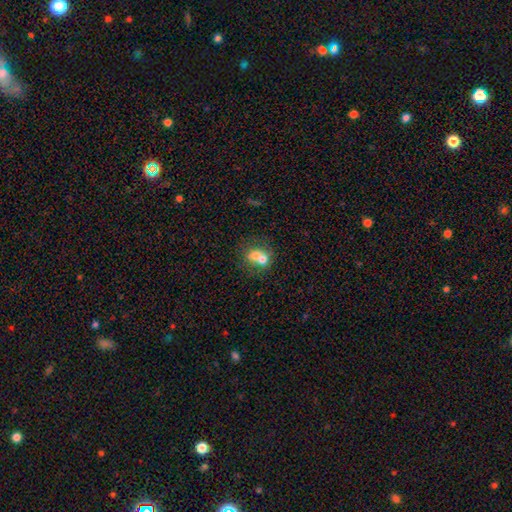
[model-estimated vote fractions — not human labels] This is likely a smooth galaxy (65%). How rounded: possibly round (58%). Merging: likely merger (62%).